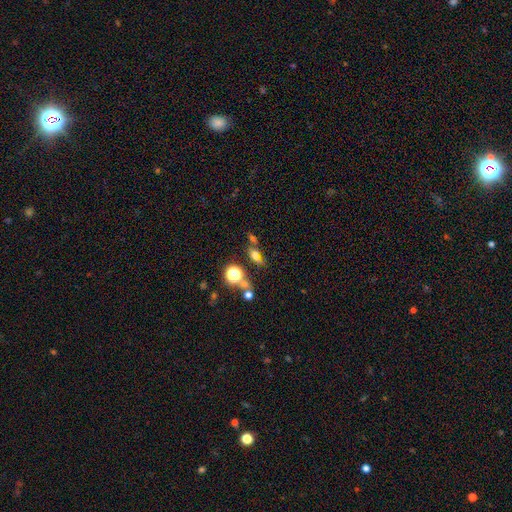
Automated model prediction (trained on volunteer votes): smooth-or-featured: smooth: 57% | star or artifact: 23% | featured or disk: 20%
  how-rounded: in between: 62% | round: 24% | cigar-shaped: 14%
  merging: none: 54% | merger: 22% | minor disturbance: 15% | major disturbance: 9%